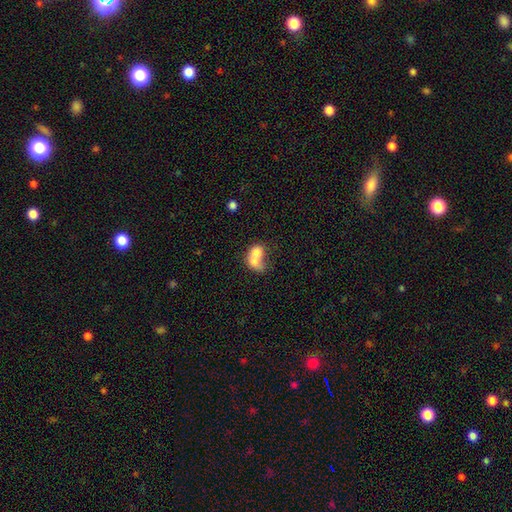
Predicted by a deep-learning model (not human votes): A smooth galaxy with no disk features (68%) that is in between round and cigar-shaped (61%).

Vote fractions:
- Smooth or featured? smooth: 68% / featured or disk: 23% / star or artifact: 9%
- How rounded? in between: 61% / round: 37% / cigar-shaped: 1%
- Merging? merger: 74% / none: 14% / minor disturbance: 6% / major disturbance: 6%